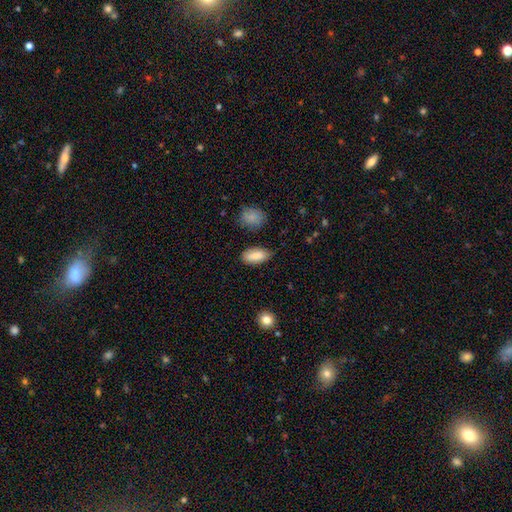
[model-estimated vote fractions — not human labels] Q: Smooth or featured?
A: smooth (86%); runner-up: featured or disk (8%)
Q: How rounded?
A: in between (88%); runner-up: cigar-shaped (9%)
Q: Merging?
A: none (78%); runner-up: minor disturbance (17%)